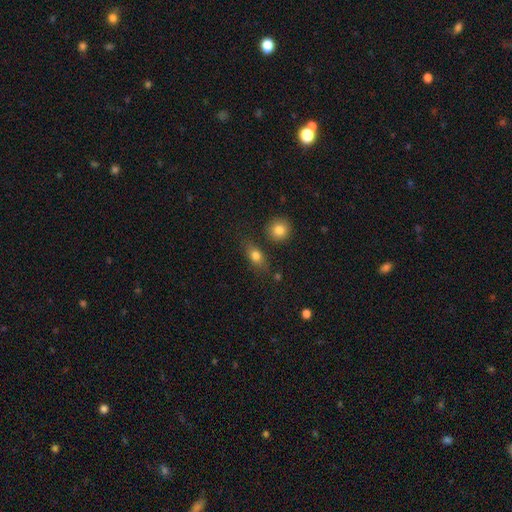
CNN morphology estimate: Overall: smooth (76%). How rounded: in between (67%). Merging: none (74%).